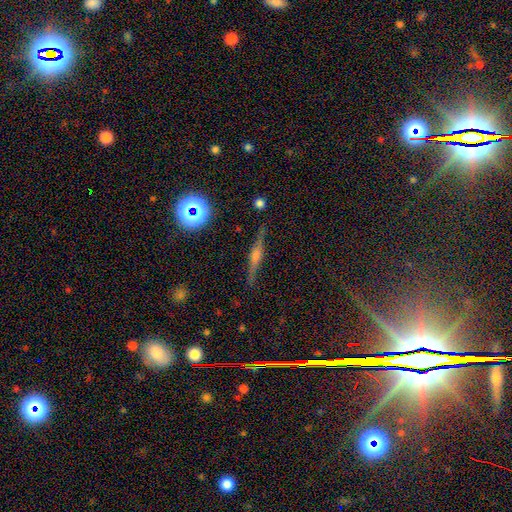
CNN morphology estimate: A featured or disk galaxy (68%) viewed edge-on (96%) with a rounded central bulge (77%).

Vote fractions:
- Smooth or featured? featured or disk: 68% / smooth: 19% / star or artifact: 13%
- Edge-on disk? yes: 96% / no: 4%
- Edge-on bulge? rounded: 77% / boxy: 16% / none: 7%
- Merging? none: 88% / minor disturbance: 9% / major disturbance: 2% / merger: 1%